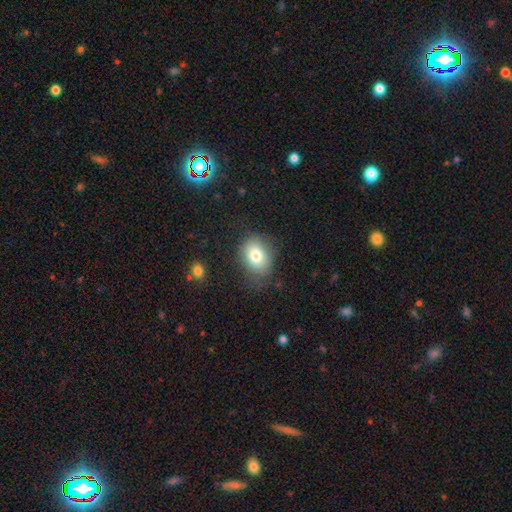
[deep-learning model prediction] Morphology: type=smooth (78%); roundness=in between (57%); merging=none (69%).